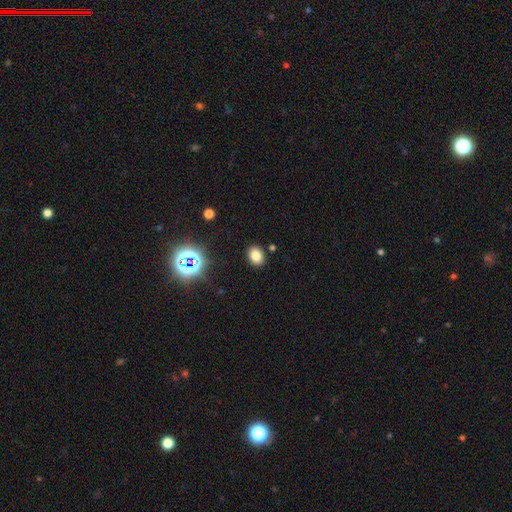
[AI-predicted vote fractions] Morphology: type=smooth (77%); roundness=in between (65%); merging=none (88%).